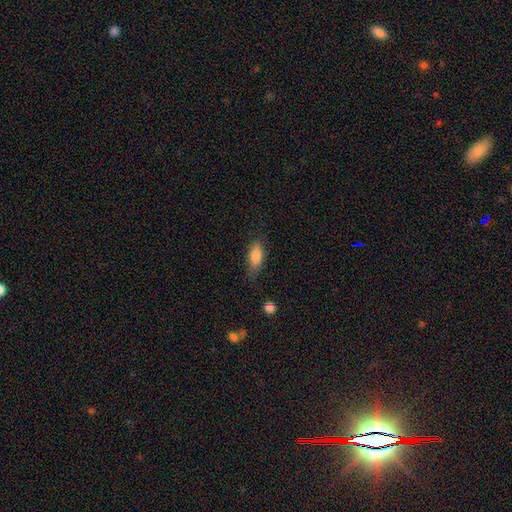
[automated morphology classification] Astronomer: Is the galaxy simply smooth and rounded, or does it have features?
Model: smooth — 82%.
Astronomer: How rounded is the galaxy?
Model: in between — 83%.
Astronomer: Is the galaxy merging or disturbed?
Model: none — 65%.